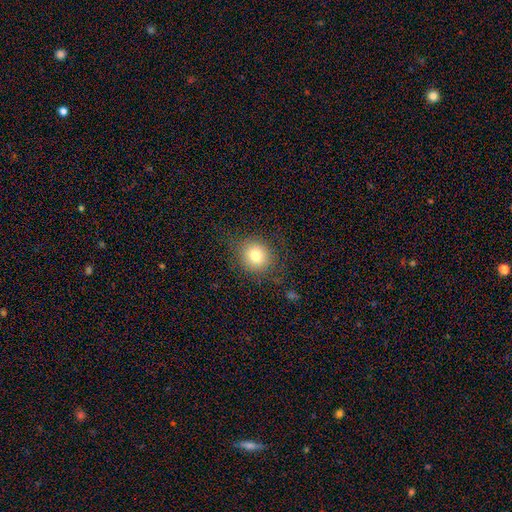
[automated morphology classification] This is likely a smooth galaxy (75%). How rounded: clearly round (81%). Merging: likely none (78%).